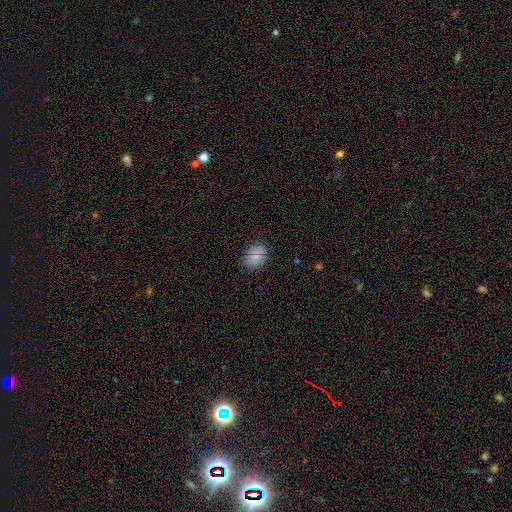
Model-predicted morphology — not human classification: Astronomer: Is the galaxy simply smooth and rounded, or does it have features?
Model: smooth — 73%.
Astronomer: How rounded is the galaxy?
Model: in between — 49%, tied with round at 49%.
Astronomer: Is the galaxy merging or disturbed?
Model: none — 86%.